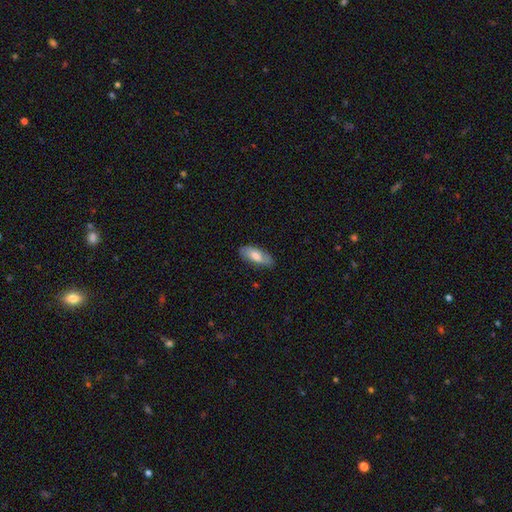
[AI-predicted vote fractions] Smooth or featured? smooth (72%)
How rounded? in between (81%)
Merging? none (82%)